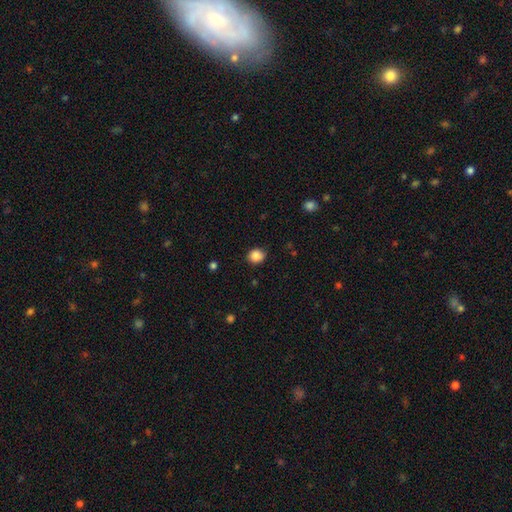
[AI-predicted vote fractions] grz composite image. It shows a smooth galaxy with no disk features (86%) that is round (79%). Merging: none (87%).